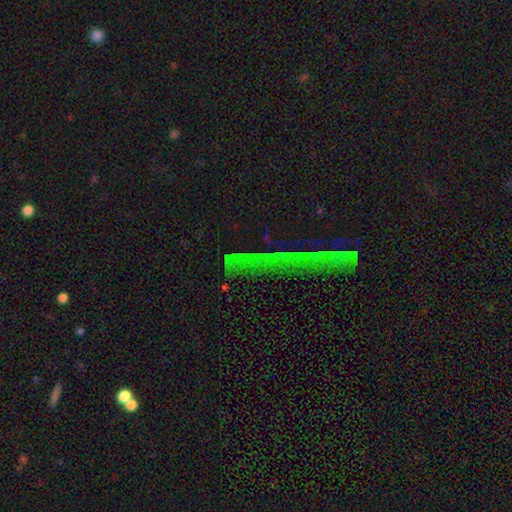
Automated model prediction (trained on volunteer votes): Smooth or featured?
  - star or artifact: 77% *
  - smooth: 12%
  - featured or disk: 11%